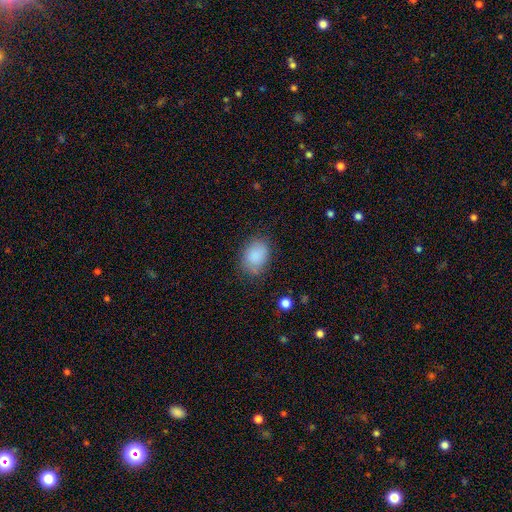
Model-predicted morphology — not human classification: smooth_or_featured: smooth (p=0.86) [alt: star or artifact p=0.08]
how_rounded: in between (p=0.66) [alt: round p=0.33]
merging: none (p=0.75) [alt: minor disturbance p=0.18]